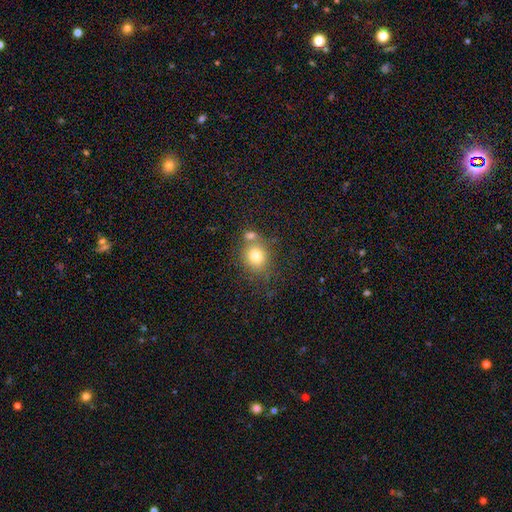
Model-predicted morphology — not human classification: smooth-or-featured: smooth: 77% | featured or disk: 12% | star or artifact: 11%
  how-rounded: round: 71% | in between: 28% | cigar-shaped: 1%
  merging: none: 56% | merger: 28% | minor disturbance: 12% | major disturbance: 5%